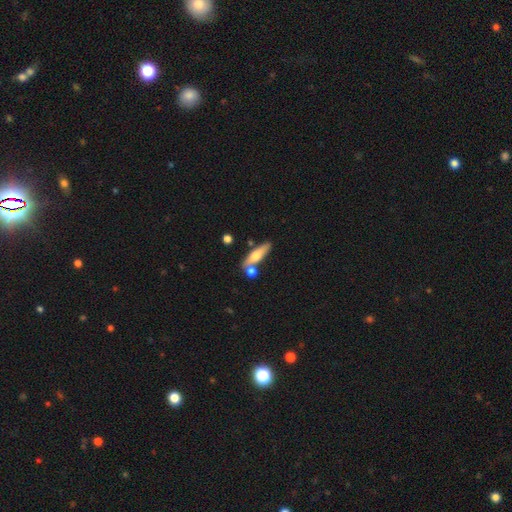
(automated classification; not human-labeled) This is possibly a smooth galaxy (56%). How rounded: likely cigar-shaped (63%). Merging: likely none (63%).